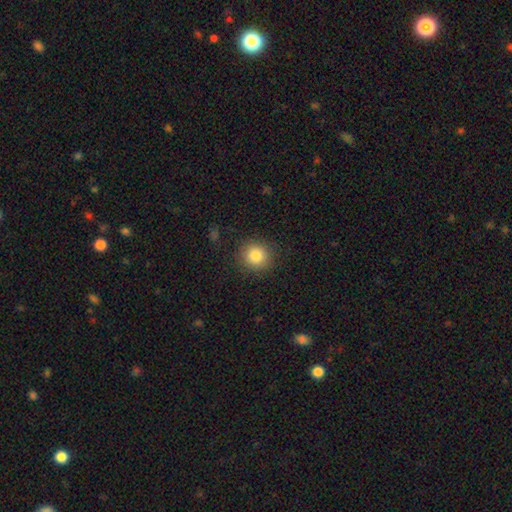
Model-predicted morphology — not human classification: Smooth or featured? smooth (84%)
How rounded? round (90%)
Merging? none (89%)